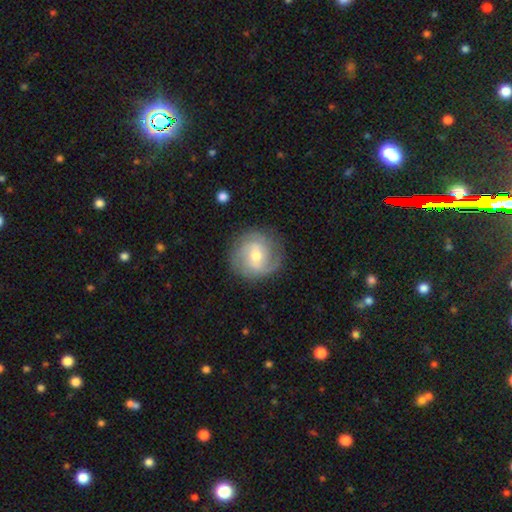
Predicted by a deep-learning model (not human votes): This appears to be a featured or disk galaxy (72%) with a weak bar (52%), 2 (52%) medium (42%) spiral arms (91%) and a moderate central bulge (61%). Merging: none (82%).